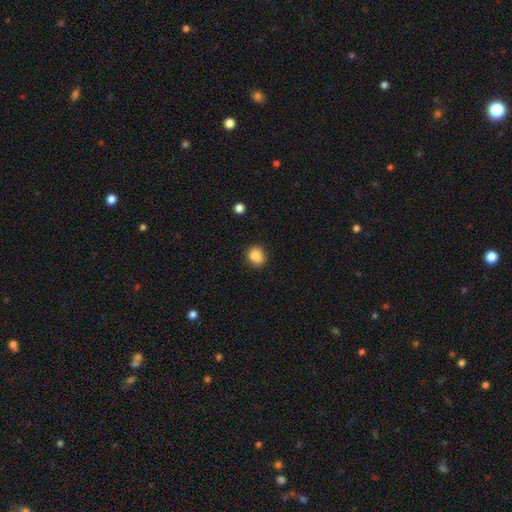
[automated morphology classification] Smooth or featured: smooth — 85% (star or artifact — 9%)
How rounded: round — 63% (in between — 36%)
Merging: none — 74% (minor disturbance — 16%)